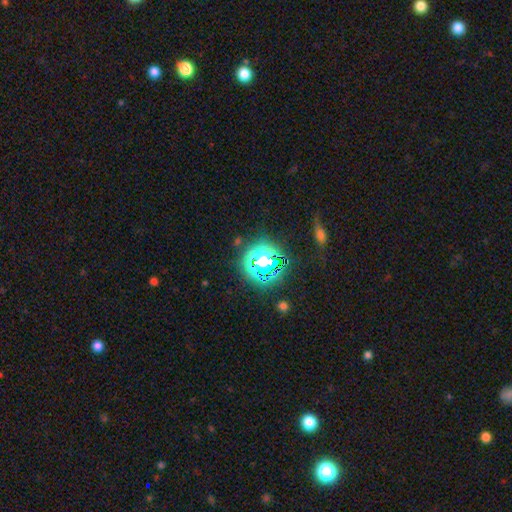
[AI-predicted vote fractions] Smooth or featured?
  - star or artifact: 67% *
  - smooth: 22%
  - featured or disk: 11%